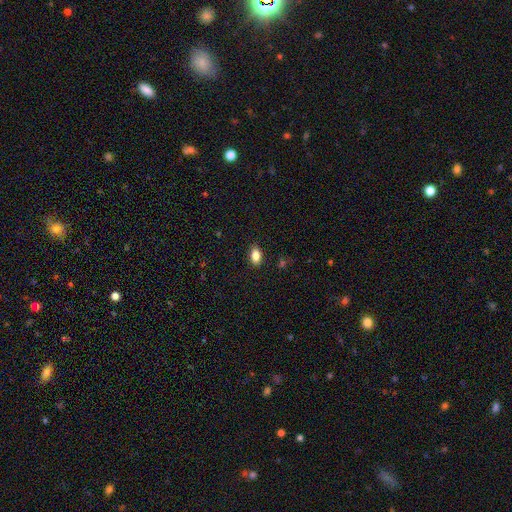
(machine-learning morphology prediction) This is clearly a smooth galaxy (86%). How rounded: clearly in between (89%). Merging: clearly none (88%).